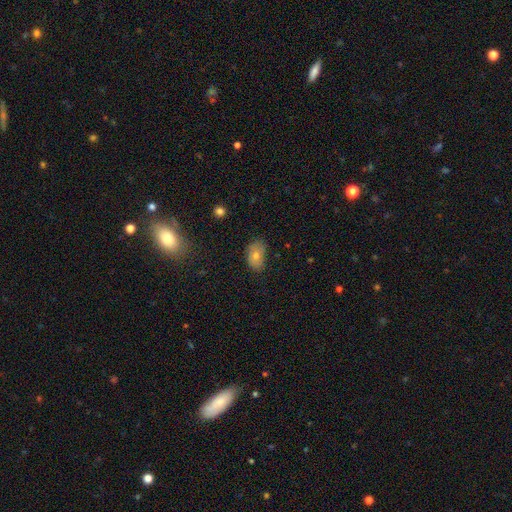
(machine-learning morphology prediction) Overall: smooth (68%). How rounded: in between (85%). Merging: none (68%).